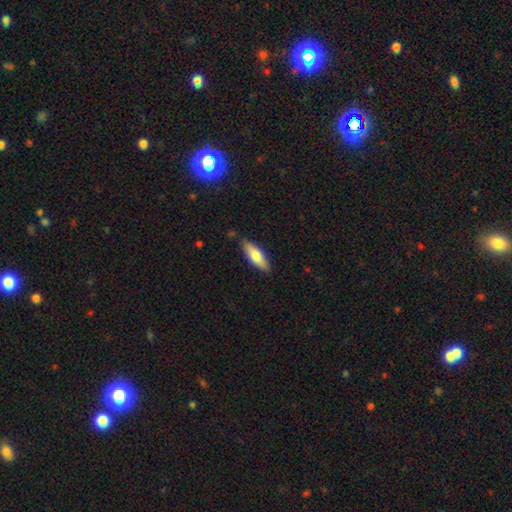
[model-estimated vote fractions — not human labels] smooth 69%, featured or disk 25%, star or artifact 5%. Down the decision tree: how rounded — in between (52%); merging — none (86%).